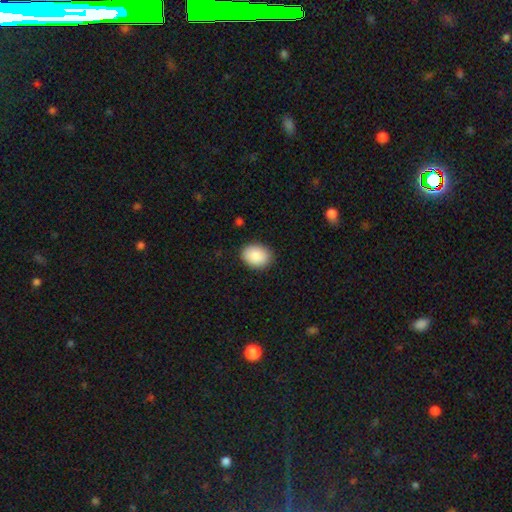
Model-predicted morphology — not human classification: smooth-or-featured: smooth: 89% | star or artifact: 7% | featured or disk: 4%
  how-rounded: in between: 64% | round: 35% | cigar-shaped: 1%
  merging: none: 88% | minor disturbance: 9% | major disturbance: 2% | merger: 1%